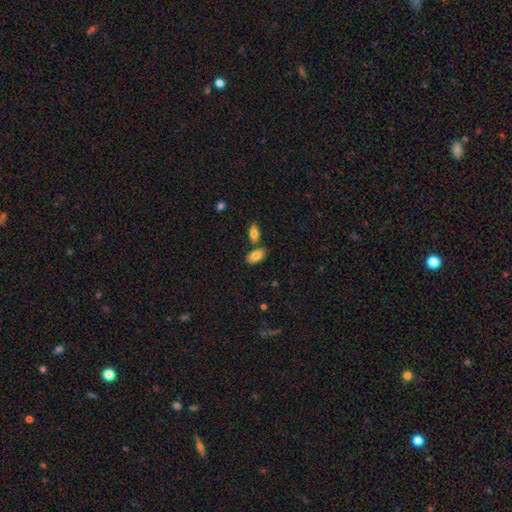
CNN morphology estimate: Smooth or featured: smooth — 84% (featured or disk — 9%)
How rounded: in between — 93% (round — 4%)
Merging: none — 67% (merger — 19%)